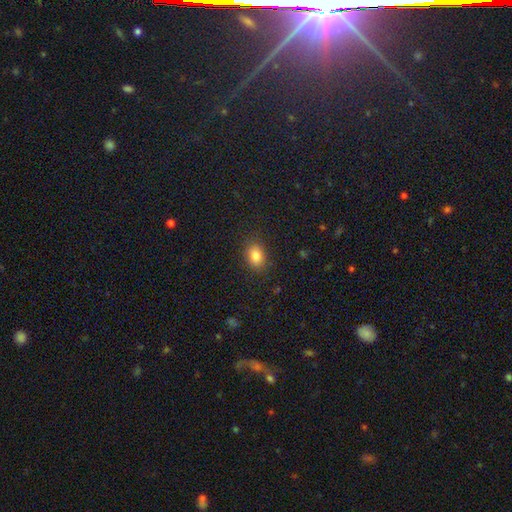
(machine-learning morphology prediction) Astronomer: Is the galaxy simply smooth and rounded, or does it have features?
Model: smooth — 83%.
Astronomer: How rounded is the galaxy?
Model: in between — 64%.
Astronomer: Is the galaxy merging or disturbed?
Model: none — 86%.